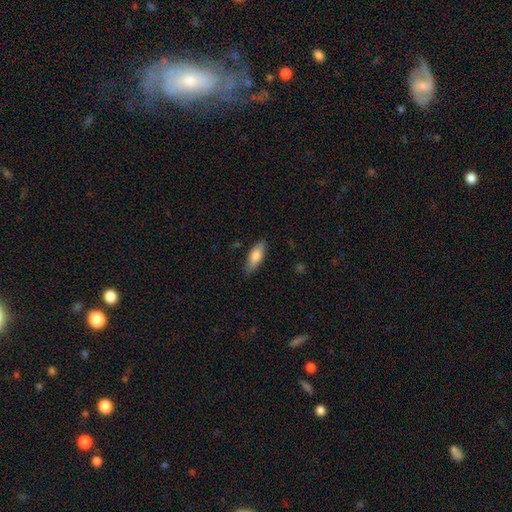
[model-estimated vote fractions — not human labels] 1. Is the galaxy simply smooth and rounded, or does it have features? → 77% smooth, 17% featured or disk, 6% star or artifact.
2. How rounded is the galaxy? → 70% in between, 28% cigar-shaped, 2% round.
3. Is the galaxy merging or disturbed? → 78% none, 18% minor disturbance, 3% major disturbance, 1% merger.